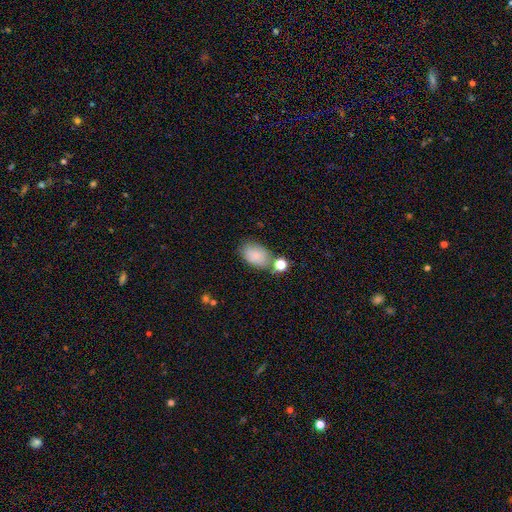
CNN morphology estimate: A smooth galaxy with no disk features (80%) that is in between round and cigar-shaped (88%).

Vote fractions:
- Smooth or featured? smooth: 80% / featured or disk: 11% / star or artifact: 9%
- How rounded? in between: 88% / round: 11% / cigar-shaped: 1%
- Merging? none: 59% / minor disturbance: 19% / merger: 16% / major disturbance: 6%